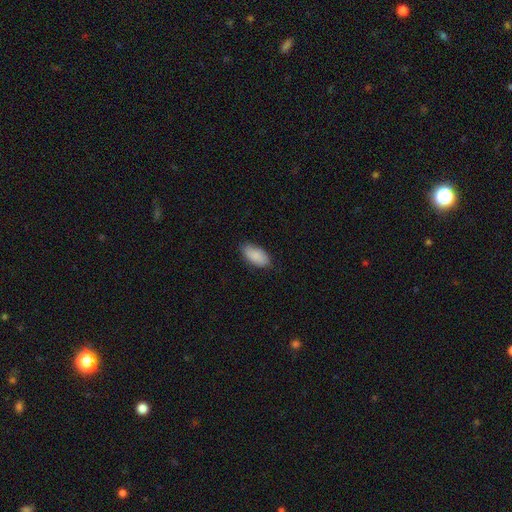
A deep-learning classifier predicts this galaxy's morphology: type=smooth (88%); roundness=in between (93%); merging=none (81%).